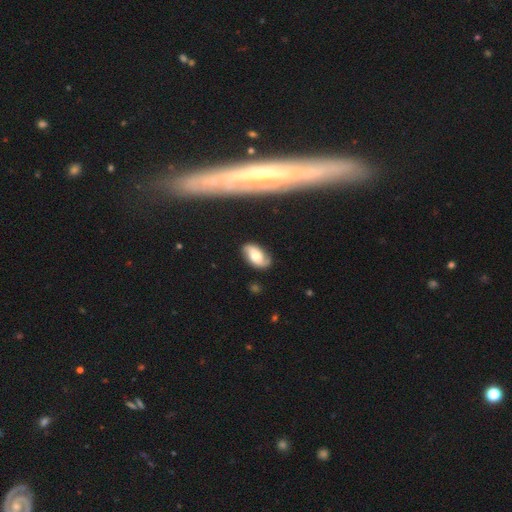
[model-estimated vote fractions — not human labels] The model was most divided on "smooth or featured": featured or disk: 49%, smooth: 43%, star or artifact: 8%. More confident: merging — none (77%).